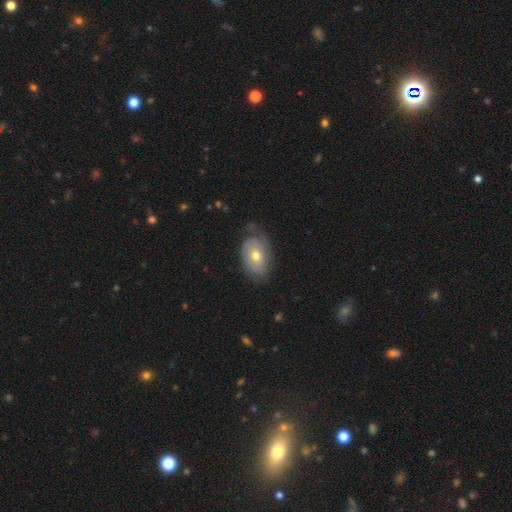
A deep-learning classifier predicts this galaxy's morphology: smooth 58%, featured or disk 35%, star or artifact 7%. Down the decision tree: how rounded — in between (83%); merging — none (60%).